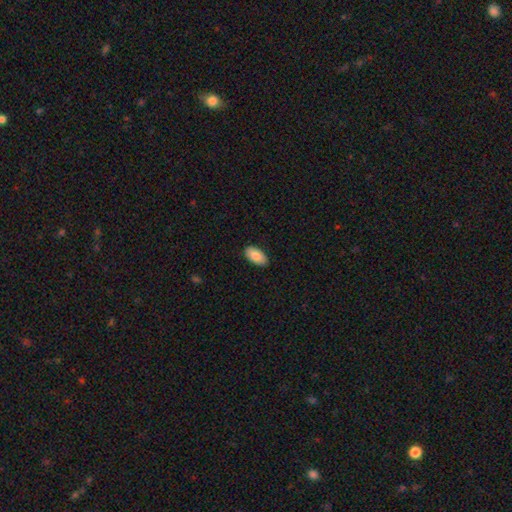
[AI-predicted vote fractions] Smooth or featured? smooth (86%)
How rounded? in between (95%)
Merging? none (89%)